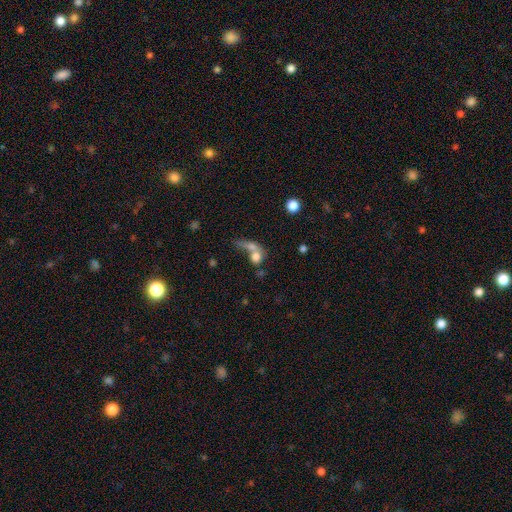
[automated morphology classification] smooth_or_featured: smooth (p=0.67) [alt: featured or disk p=0.20]
how_rounded: round (p=0.57) [alt: in between p=0.36]
merging: merger (p=0.55) [alt: none p=0.23]